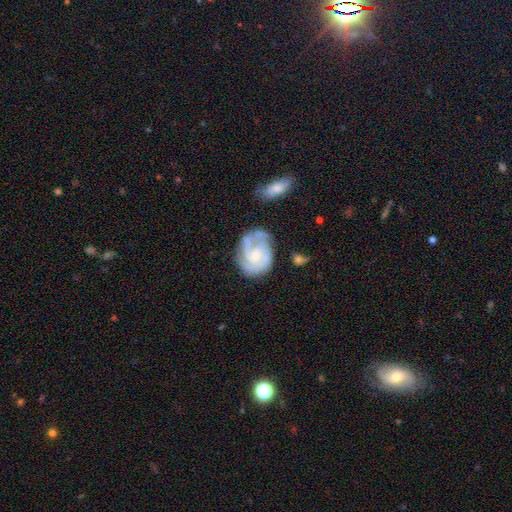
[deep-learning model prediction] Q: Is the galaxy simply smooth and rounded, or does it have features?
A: featured or disk — 79%.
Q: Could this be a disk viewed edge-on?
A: no — 98%.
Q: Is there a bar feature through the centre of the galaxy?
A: no — 65%.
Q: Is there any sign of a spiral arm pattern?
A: yes — 92%.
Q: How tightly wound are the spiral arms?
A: tight — 55%.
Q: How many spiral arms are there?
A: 3 — 29%.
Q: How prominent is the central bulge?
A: small — 61%.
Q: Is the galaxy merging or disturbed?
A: none — 58%.